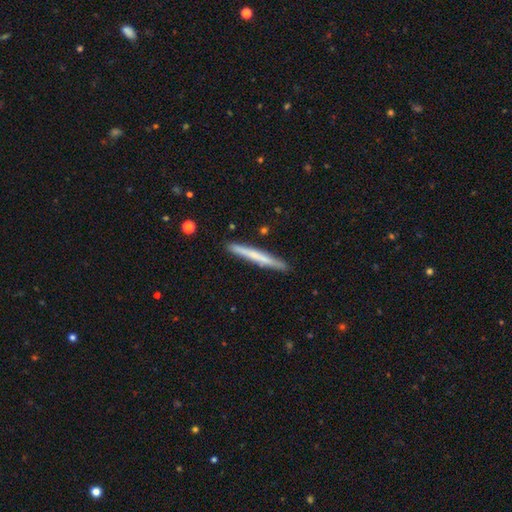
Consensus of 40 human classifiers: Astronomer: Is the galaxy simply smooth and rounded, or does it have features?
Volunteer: smooth — 62%.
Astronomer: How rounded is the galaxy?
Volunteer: cigar-shaped — 96%.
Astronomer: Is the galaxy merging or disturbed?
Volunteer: none — 97%.